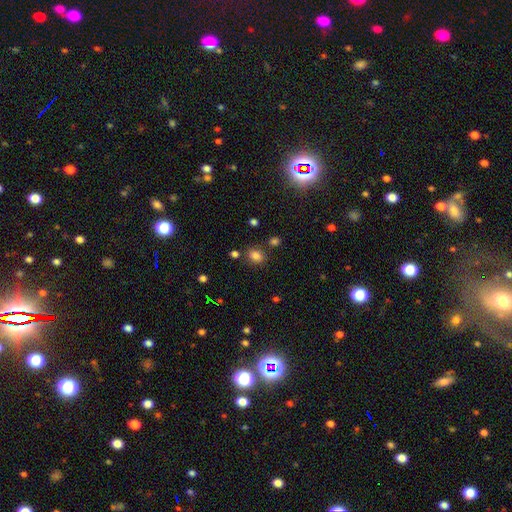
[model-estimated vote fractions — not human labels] Smooth or featured?
  - smooth: 80% *
  - star or artifact: 14%
  - featured or disk: 6%
How rounded?
  - in between: 53% *
  - round: 45%
  - cigar-shaped: 1%
Merging?
  - none: 78% *
  - minor disturbance: 12%
  - merger: 6%
  - major disturbance: 4%